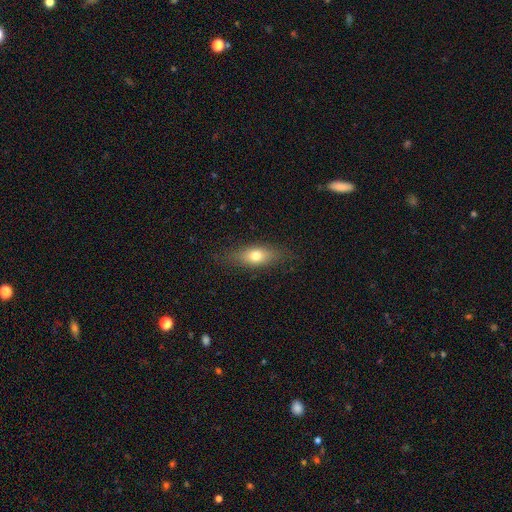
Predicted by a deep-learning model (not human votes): This is likely a smooth galaxy (68%). How rounded: likely in between (66%). Merging: clearly none (82%).